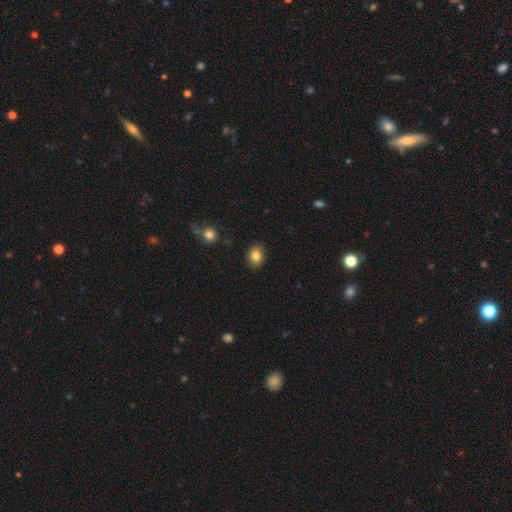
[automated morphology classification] smooth-or-featured: smooth: 84% | star or artifact: 10% | featured or disk: 6%
  how-rounded: in between: 55% | round: 44% | cigar-shaped: 1%
  merging: none: 88% | minor disturbance: 8% | major disturbance: 2% | merger: 1%